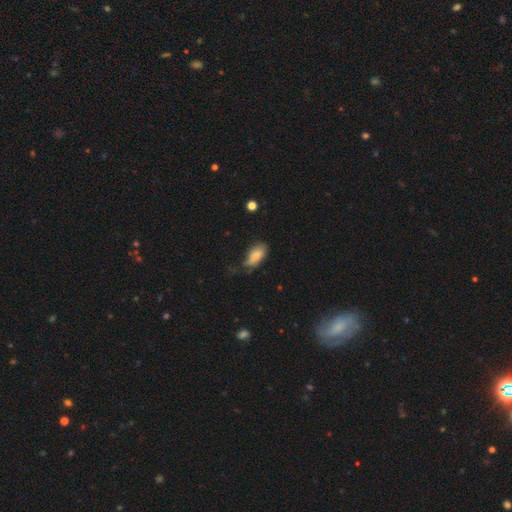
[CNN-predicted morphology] Smooth or featured? smooth (76%)
How rounded? in between (90%)
Merging? minor disturbance (39%)